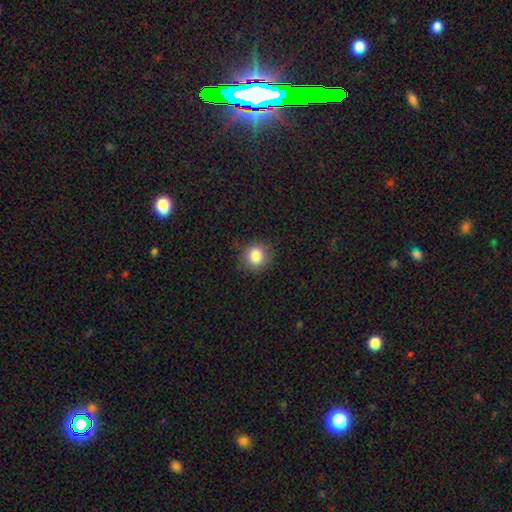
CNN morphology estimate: type=smooth (85%); roundness=round (87%); merging=none (88%).